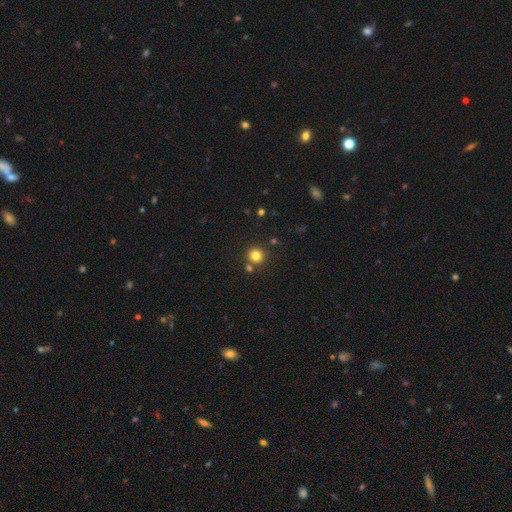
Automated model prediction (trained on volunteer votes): Overall: smooth (81%). How rounded: round (93%). Merging: none (81%).